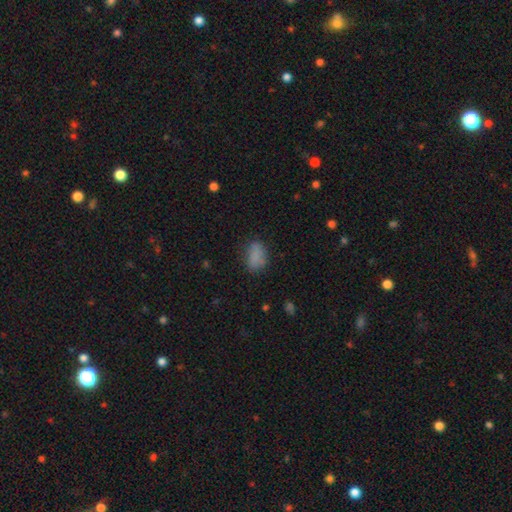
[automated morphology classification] Smooth or featured: smooth — 82% (star or artifact — 10%)
How rounded: in between — 87% (round — 11%)
Merging: none — 70% (minor disturbance — 21%)